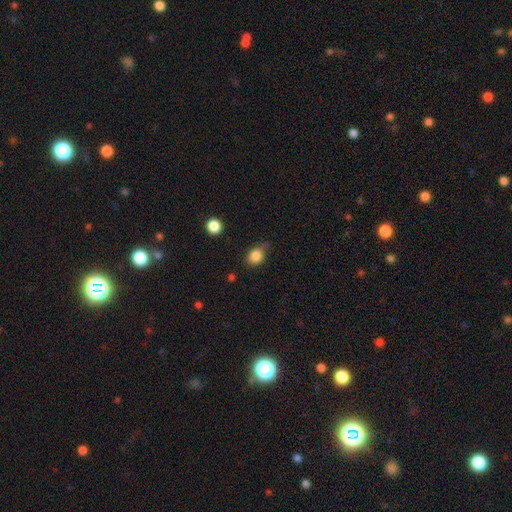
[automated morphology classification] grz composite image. It shows a smooth galaxy with no disk features (85%) that is round (51%). Merging: none (67%).